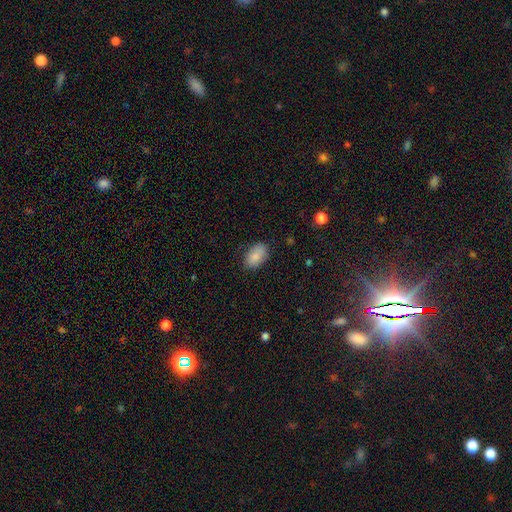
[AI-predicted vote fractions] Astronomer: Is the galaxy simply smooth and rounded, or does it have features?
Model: smooth — 86%.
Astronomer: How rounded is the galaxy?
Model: in between — 91%.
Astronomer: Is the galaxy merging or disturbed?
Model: none — 79%.